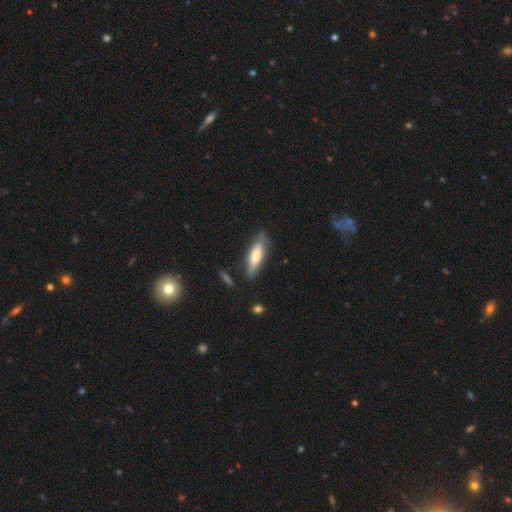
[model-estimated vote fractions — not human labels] Smooth or featured: smooth — 60% (featured or disk — 34%)
How rounded: cigar-shaped — 58% (in between — 40%)
Merging: none — 72% (minor disturbance — 21%)